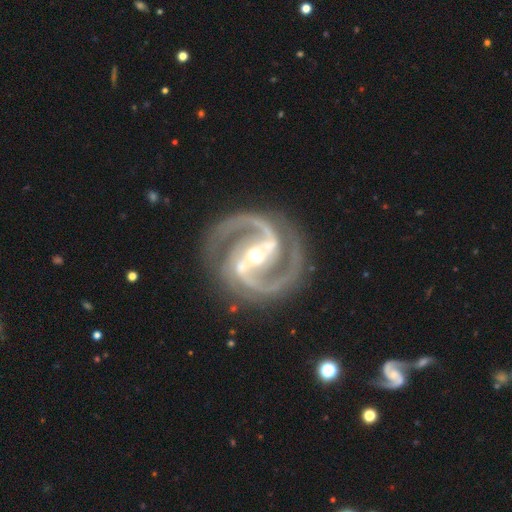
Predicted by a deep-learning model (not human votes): smooth-or-featured: featured or disk: 94% | star or artifact: 4% | smooth: 2%
  disk-edge-on: no: 98% | yes: 2%
    bar: strong: 67% | weak: 24% | no: 10%
    has-spiral-arms: yes: 99% | no: 1%
      spiral-winding: medium: 59% | tight: 35% | loose: 6%
      spiral-arm-count: 2: 88% | 3: 7% | can't tell: 1% | 4: 1% | 1: 1% | more than 4: 1%
    bulge-size: moderate: 57% | small: 37% | large: 4% | none: 1% | dominant: 1%
  merging: none: 82% | minor disturbance: 12% | major disturbance: 4% | merger: 2%